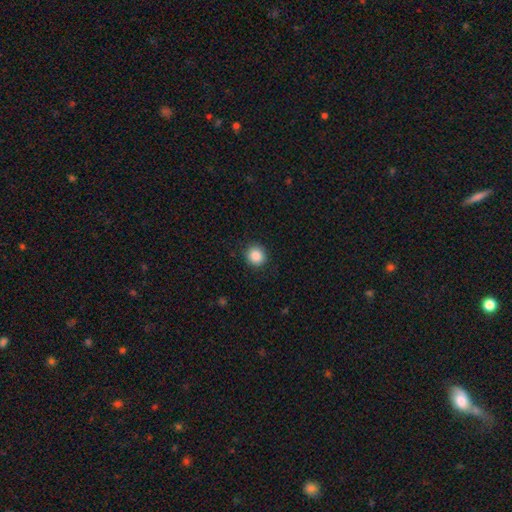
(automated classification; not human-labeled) smooth 87%, star or artifact 9%, featured or disk 4%. Down the decision tree: how rounded — round (86%); merging — none (89%).